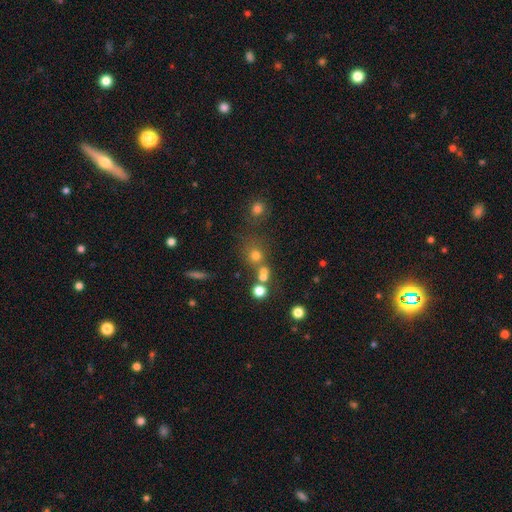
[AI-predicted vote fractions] Smooth or featured?
  - smooth: 54% *
  - star or artifact: 33%
  - featured or disk: 13%
How rounded?
  - round: 82% *
  - in between: 16%
  - cigar-shaped: 2%
Merging?
  - none: 59% *
  - merger: 28%
  - minor disturbance: 8%
  - major disturbance: 5%